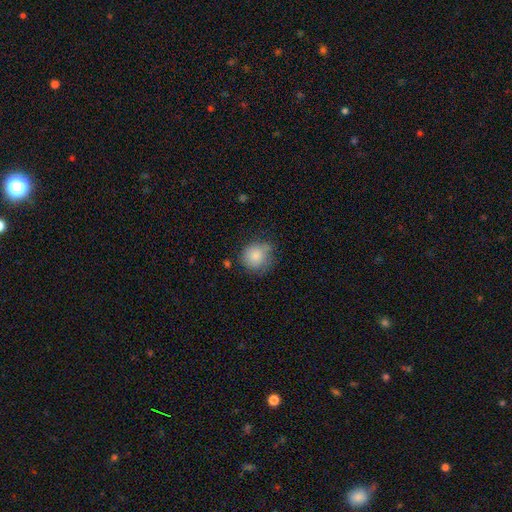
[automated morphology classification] This is clearly a smooth galaxy (83%). How rounded: clearly round (84%). Merging: possibly none (60%).